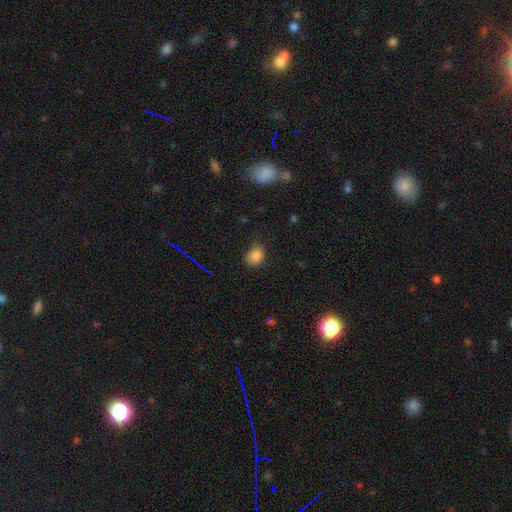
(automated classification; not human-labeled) The model was most divided on "how rounded": in between: 53%, round: 46%, cigar-shaped: 1%. More confident: smooth or featured — smooth (83%); merging — none (65%).